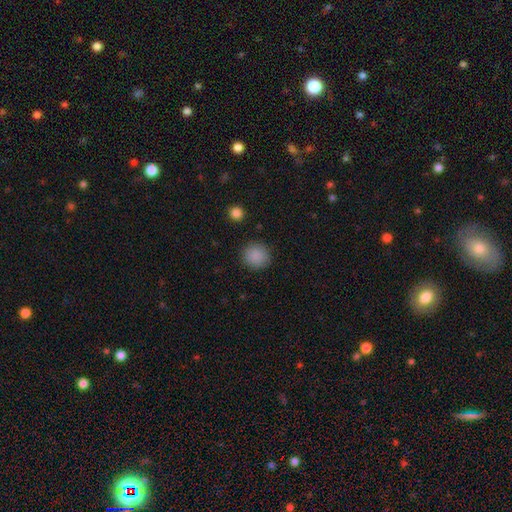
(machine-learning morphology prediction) Smooth or featured?
  - smooth: 88% *
  - star or artifact: 9%
  - featured or disk: 3%
How rounded?
  - round: 90% *
  - in between: 9%
  - cigar-shaped: 1%
Merging?
  - none: 89% *
  - minor disturbance: 7%
  - major disturbance: 2%
  - merger: 1%